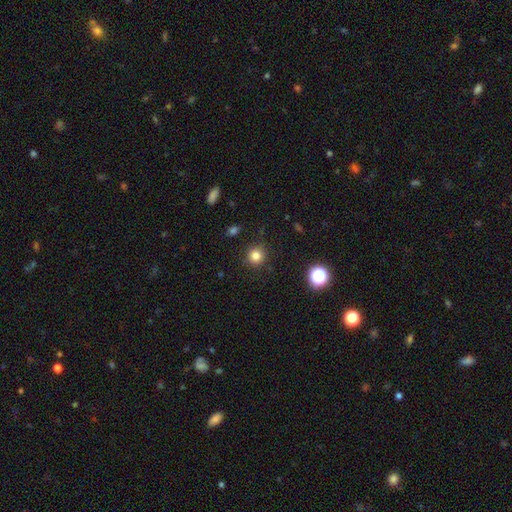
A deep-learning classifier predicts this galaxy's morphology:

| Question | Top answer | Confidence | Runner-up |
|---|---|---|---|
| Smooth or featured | smooth | 81% | star or artifact (13%) |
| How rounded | round | 93% | in between (6%) |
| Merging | none | 89% | minor disturbance (7%) |